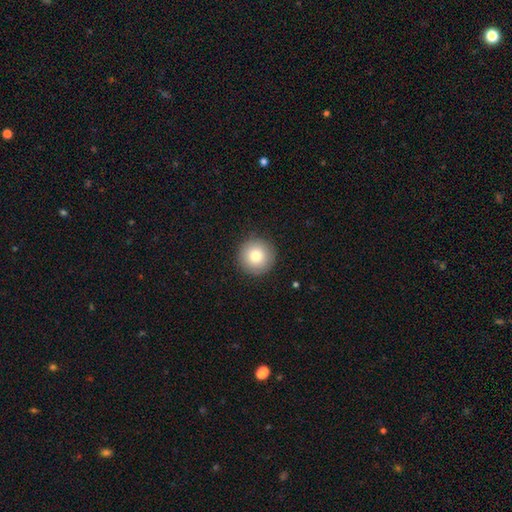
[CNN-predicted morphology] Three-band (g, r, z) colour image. It shows a smooth galaxy with no disk features (82%) that is round (96%). Merging: none (91%).